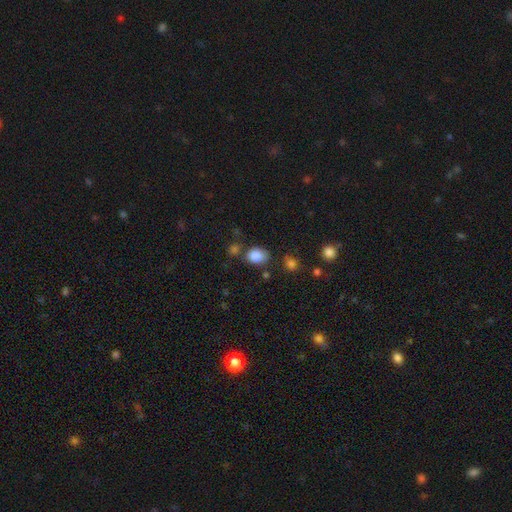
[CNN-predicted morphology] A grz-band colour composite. It shows a smooth galaxy with no disk features (84%) that is in between round and cigar-shaped (59%). Merging: none (66%).